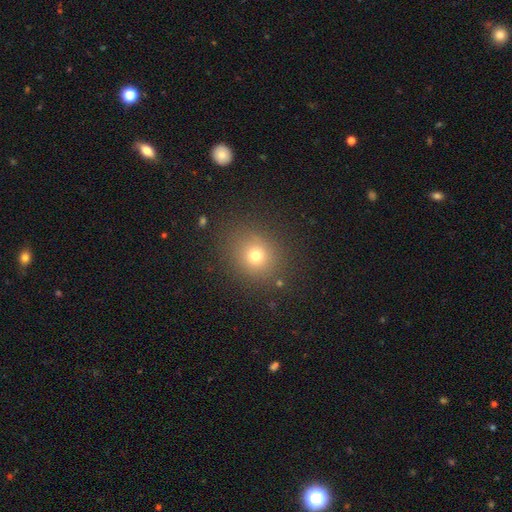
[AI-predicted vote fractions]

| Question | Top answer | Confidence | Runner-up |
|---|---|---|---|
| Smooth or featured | smooth | 72% | star or artifact (18%) |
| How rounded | round | 76% | in between (23%) |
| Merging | none | 85% | minor disturbance (9%) |